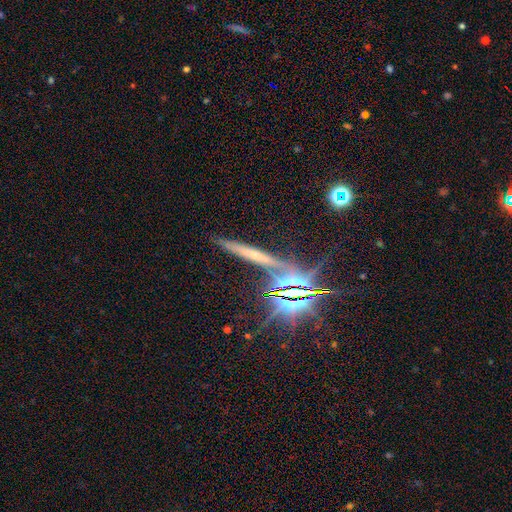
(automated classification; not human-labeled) featured or disk 36% (tied), star or artifact 36% (tied), smooth 28%. Down the decision tree: merging — none (77%).